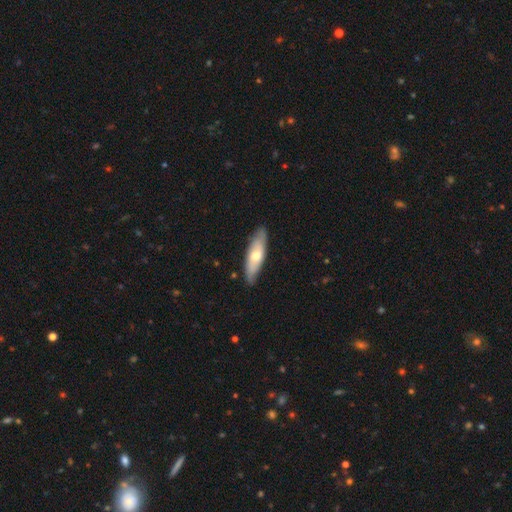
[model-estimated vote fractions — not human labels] Smooth or featured?
  - smooth: 54% *
  - featured or disk: 41%
  - star or artifact: 5%
How rounded?
  - cigar-shaped: 56% *
  - in between: 42%
  - round: 2%
Merging?
  - none: 84% *
  - minor disturbance: 13%
  - major disturbance: 2%
  - merger: 1%